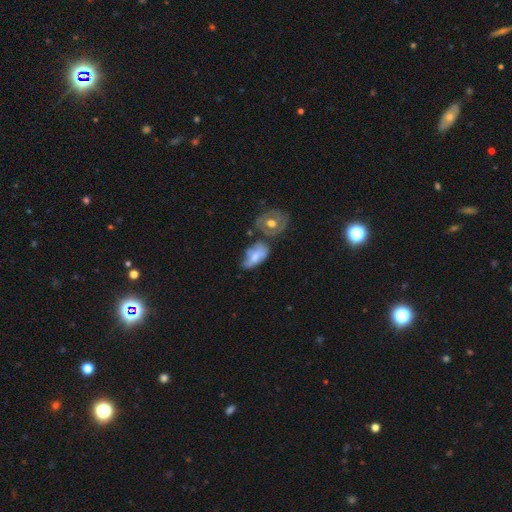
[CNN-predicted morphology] Q: Smooth or featured?
A: smooth (55%); runner-up: featured or disk (37%)
Q: How rounded?
A: in between (87%); runner-up: round (8%)
Q: Merging?
A: none (31%); runner-up: minor disturbance (29%)